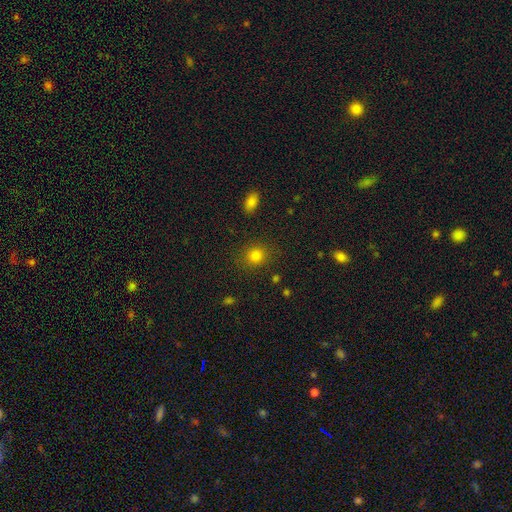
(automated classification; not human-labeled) smooth-or-featured: smooth: 81% | star or artifact: 13% | featured or disk: 6%
  how-rounded: round: 79% | in between: 20% | cigar-shaped: 1%
  merging: none: 85% | minor disturbance: 9% | major disturbance: 4% | merger: 2%